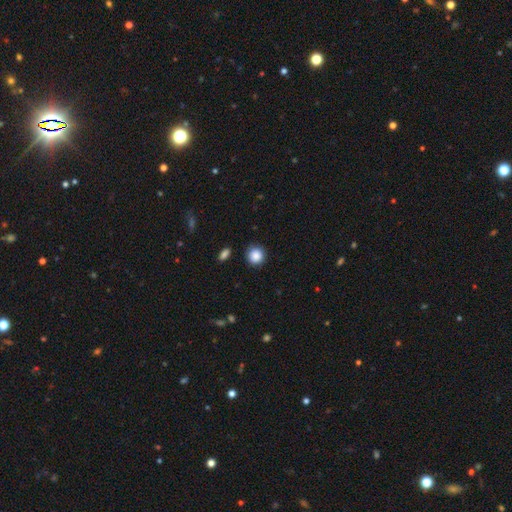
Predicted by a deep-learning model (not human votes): Smooth or featured? Predicted: smooth (p=0.88). How rounded? Predicted: round (p=0.91). Merging? Predicted: none (p=0.86).